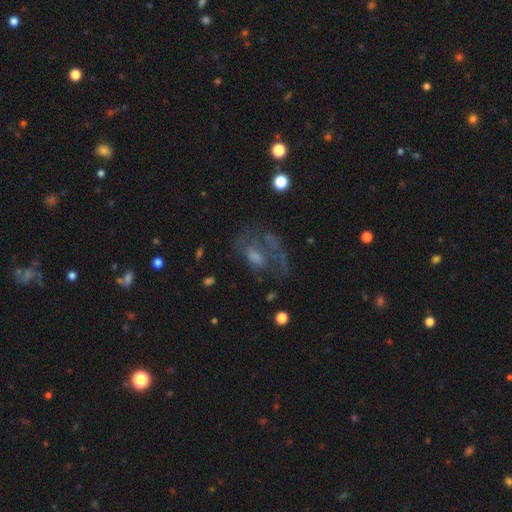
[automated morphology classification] smooth_or_featured: featured or disk (p=0.53) [alt: smooth p=0.31]
disk_edge_on: no (p=0.95) [alt: yes p=0.05]
bar: no (p=0.73) [alt: weak p=0.22]
has_spiral_arms: no (p=0.59) [alt: yes p=0.41]
bulge_size: moderate (p=0.33) [alt: none p=0.30]
merging: major disturbance (p=0.40) [alt: none p=0.36]